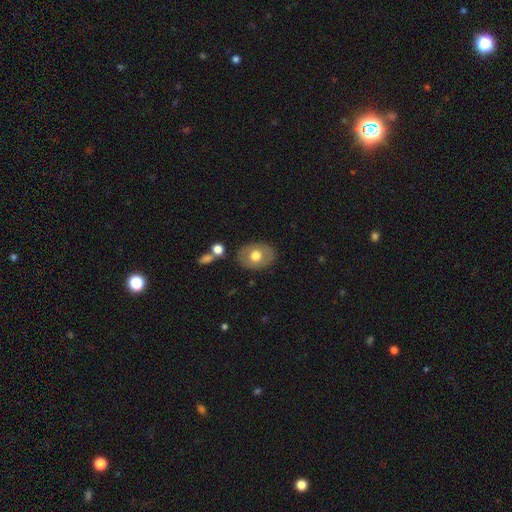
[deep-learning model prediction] A smooth galaxy with no disk features (61%) that is in between round and cigar-shaped (63%). Merging: none (83%).